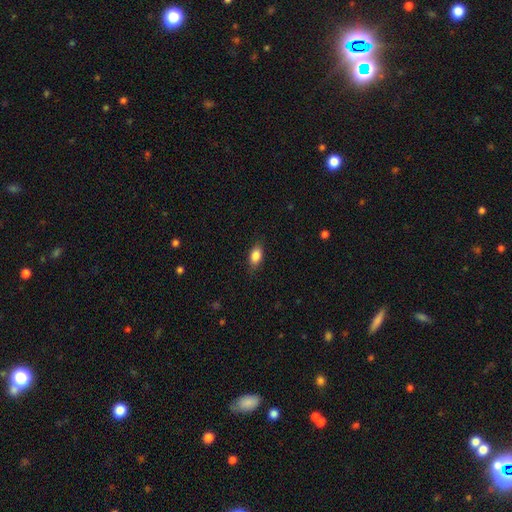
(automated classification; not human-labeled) A smooth galaxy with no disk features (86%) that is in between round and cigar-shaped (86%).

Vote fractions:
- Smooth or featured? smooth: 86% / star or artifact: 8% / featured or disk: 7%
- How rounded? in between: 86% / round: 8% / cigar-shaped: 6%
- Merging? none: 82% / minor disturbance: 14% / major disturbance: 3% / merger: 1%